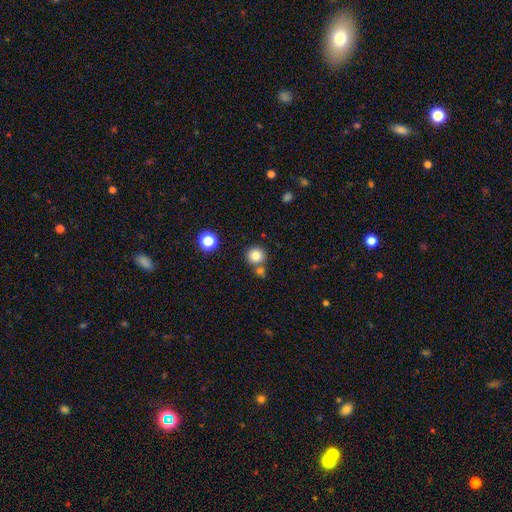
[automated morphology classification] type=smooth (82%); roundness=round (92%); merging=none (71%).